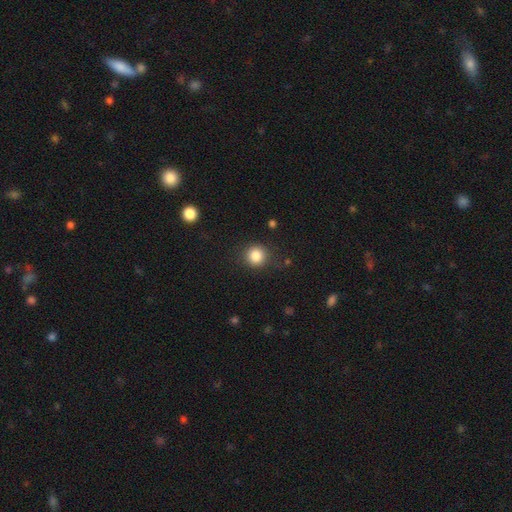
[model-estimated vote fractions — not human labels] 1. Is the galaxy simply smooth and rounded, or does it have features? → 85% smooth, 11% star or artifact, 4% featured or disk.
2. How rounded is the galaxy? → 92% round, 8% in between, 1% cigar-shaped.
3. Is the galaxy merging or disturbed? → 86% none, 9% minor disturbance, 3% major disturbance, 1% merger.